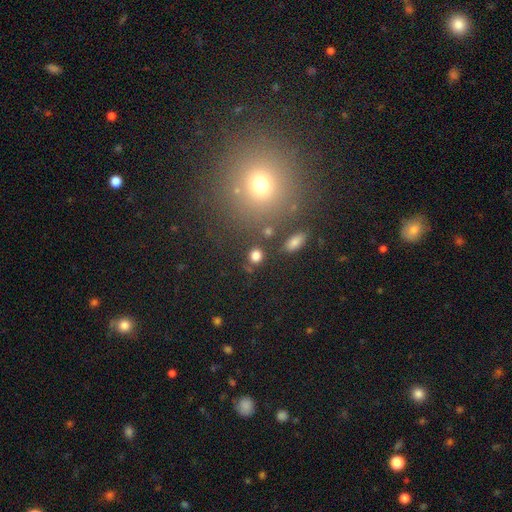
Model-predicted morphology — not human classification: Smooth or featured? Predicted: smooth (p=0.81). How rounded? Predicted: round (p=0.79). Merging? Predicted: none (p=0.81).